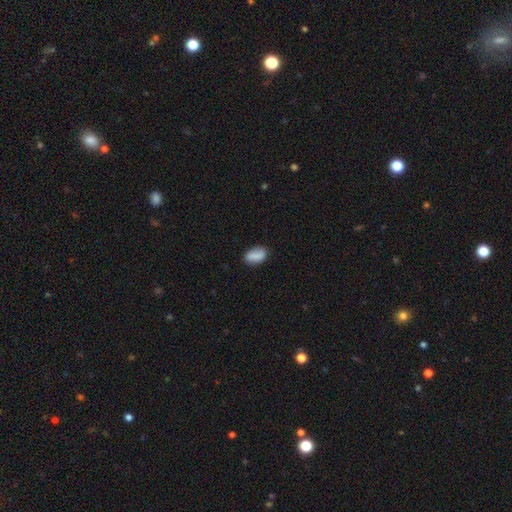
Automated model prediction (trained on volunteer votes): smooth_or_featured: smooth (p=0.82) [alt: featured or disk p=0.10]
how_rounded: in between (p=0.89) [alt: round p=0.08]
merging: none (p=0.78) [alt: minor disturbance p=0.16]